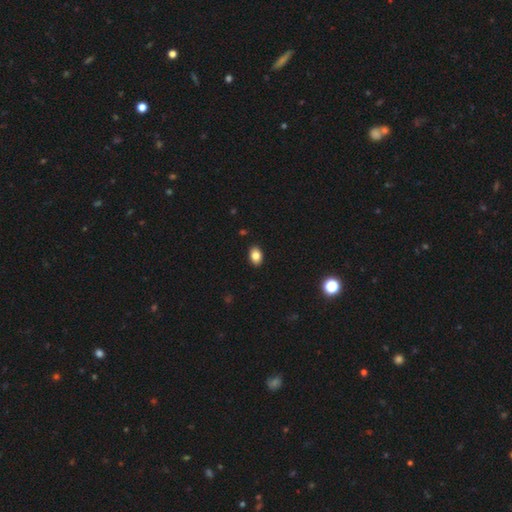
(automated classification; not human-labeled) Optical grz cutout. It shows a smooth galaxy with no disk features (85%) that is in between round and cigar-shaped (83%). Merging: none (90%).